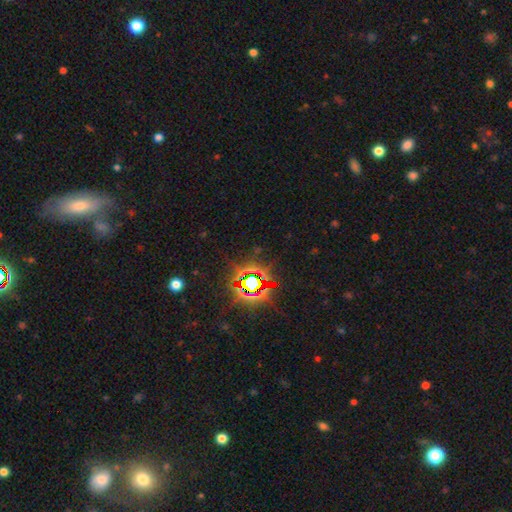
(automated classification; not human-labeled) A star or artifact, not a galaxy (80%).

Vote fractions:
- Smooth or featured? star or artifact: 80% / smooth: 11% / featured or disk: 8%